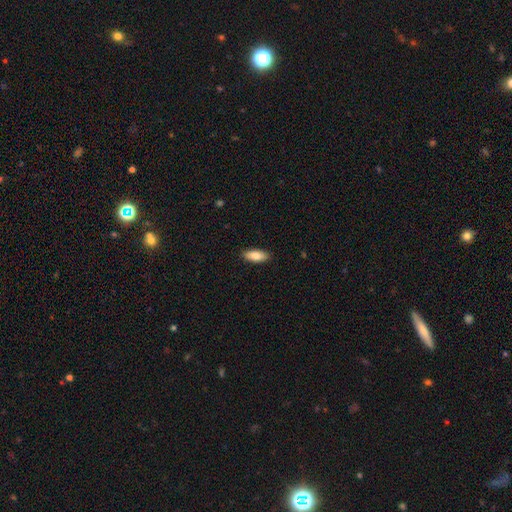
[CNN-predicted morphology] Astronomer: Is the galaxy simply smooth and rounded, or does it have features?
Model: smooth — 84%.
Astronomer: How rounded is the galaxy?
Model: in between — 78%.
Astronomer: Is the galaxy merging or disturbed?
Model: none — 89%.